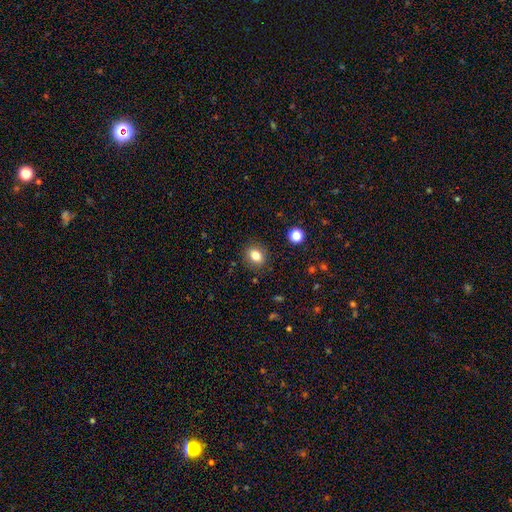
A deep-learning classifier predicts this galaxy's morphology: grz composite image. It shows a smooth galaxy with no disk features (81%) that is round (55%). Merging: none (88%).